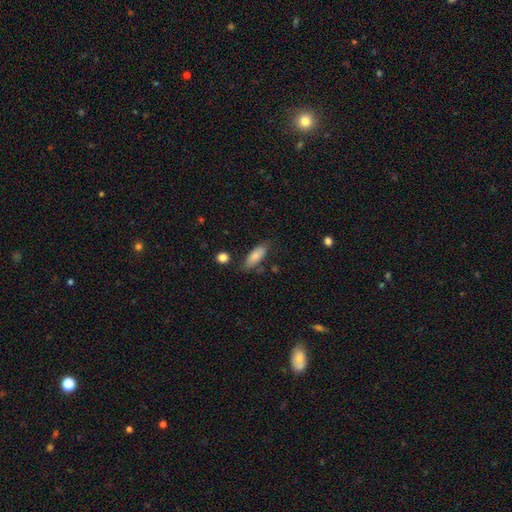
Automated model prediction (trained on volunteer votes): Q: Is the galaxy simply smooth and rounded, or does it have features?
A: smooth — 80%.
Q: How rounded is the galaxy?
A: in between — 69%.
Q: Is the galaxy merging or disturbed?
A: none — 73%.